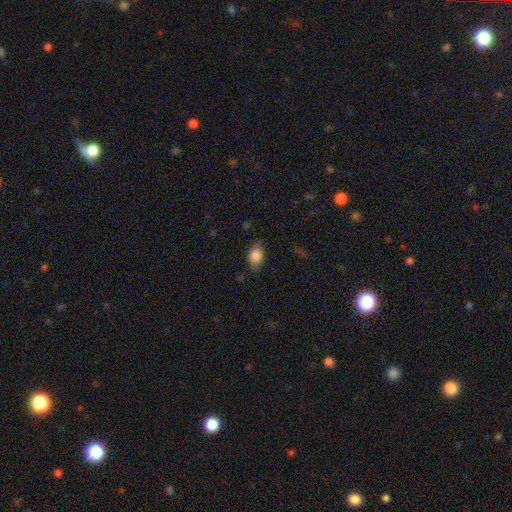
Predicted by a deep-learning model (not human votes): This is clearly a smooth galaxy (81%). How rounded: likely in between (79%). Merging: likely none (73%).